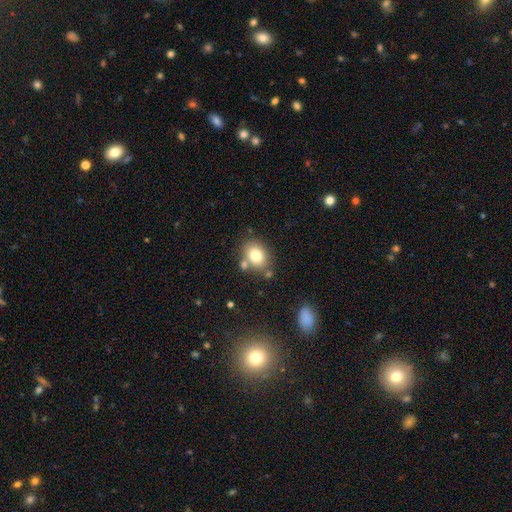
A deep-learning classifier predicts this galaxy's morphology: This appears to be a smooth galaxy with no disk features (78%) that is in between round and cigar-shaped (60%). Merging: none (70%).